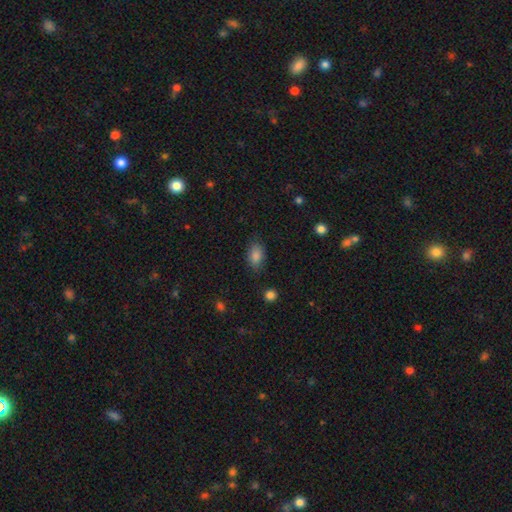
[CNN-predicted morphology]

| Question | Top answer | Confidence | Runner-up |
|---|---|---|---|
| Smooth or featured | smooth | 86% | star or artifact (9%) |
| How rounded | in between | 88% | round (11%) |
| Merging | none | 80% | minor disturbance (14%) |